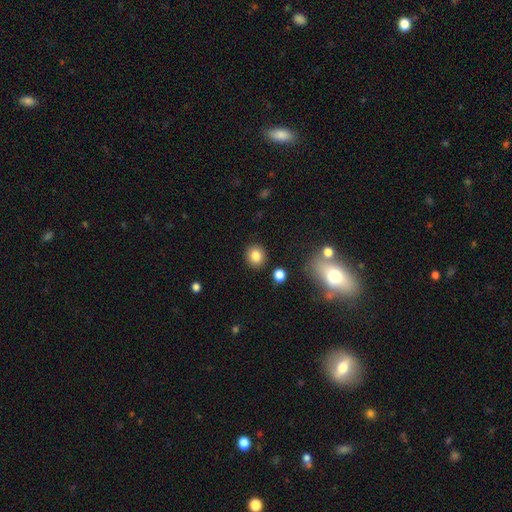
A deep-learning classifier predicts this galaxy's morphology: Overall: smooth (83%). How rounded: round (81%). Merging: none (88%).